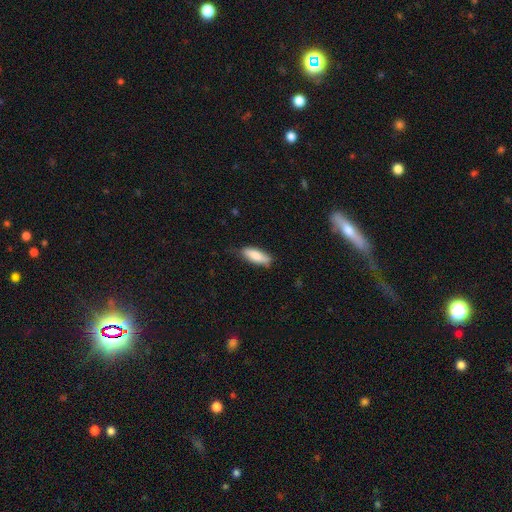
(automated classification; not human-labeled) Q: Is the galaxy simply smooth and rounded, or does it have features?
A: smooth — 83%.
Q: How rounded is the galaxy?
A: in between — 64%.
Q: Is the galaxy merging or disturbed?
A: none — 69%.